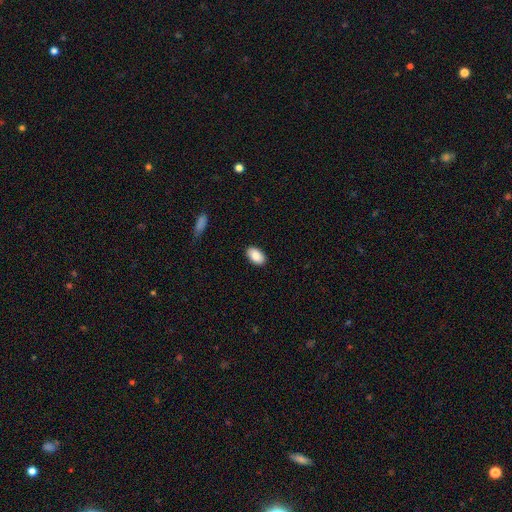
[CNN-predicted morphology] smooth-or-featured: smooth: 89% | star or artifact: 7% | featured or disk: 5%
  how-rounded: in between: 94% | round: 5% | cigar-shaped: 1%
  merging: none: 88% | minor disturbance: 9% | major disturbance: 2% | merger: 1%